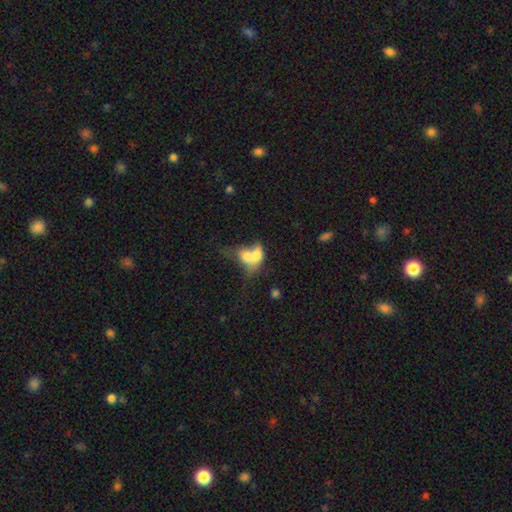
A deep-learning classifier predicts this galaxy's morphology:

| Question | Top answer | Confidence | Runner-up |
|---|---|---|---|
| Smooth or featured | smooth | 66% | featured or disk (25%) |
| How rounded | in between | 71% | round (26%) |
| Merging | merger | 76% | none (11%) |